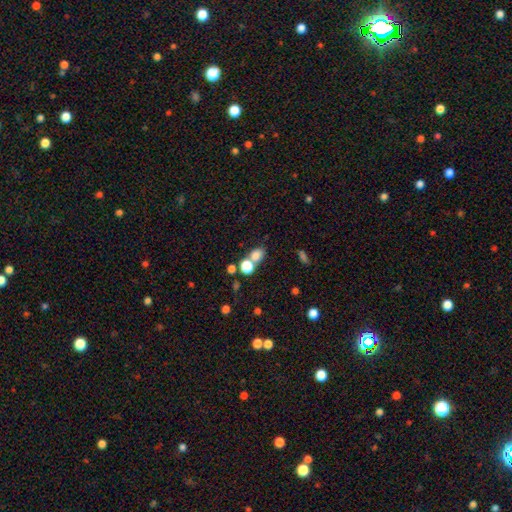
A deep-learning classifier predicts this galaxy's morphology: type=smooth (77%); roundness=in between (50%); merging=none (51%).